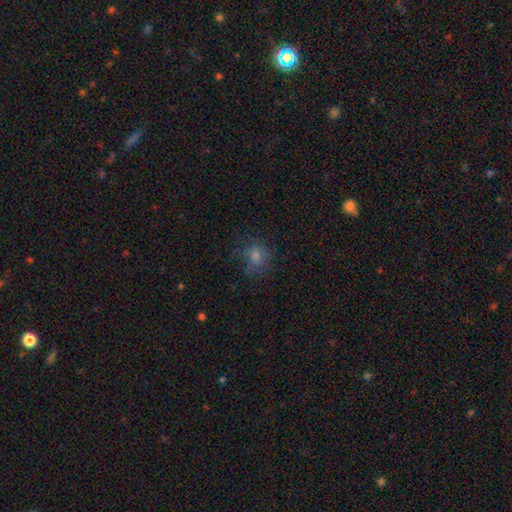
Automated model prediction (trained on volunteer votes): A smooth galaxy with no disk features (66%) that is round (79%).

Vote fractions:
- Smooth or featured? smooth: 66% / star or artifact: 20% / featured or disk: 15%
- How rounded? round: 79% / in between: 20% / cigar-shaped: 1%
- Merging? none: 70% / minor disturbance: 18% / major disturbance: 10% / merger: 2%